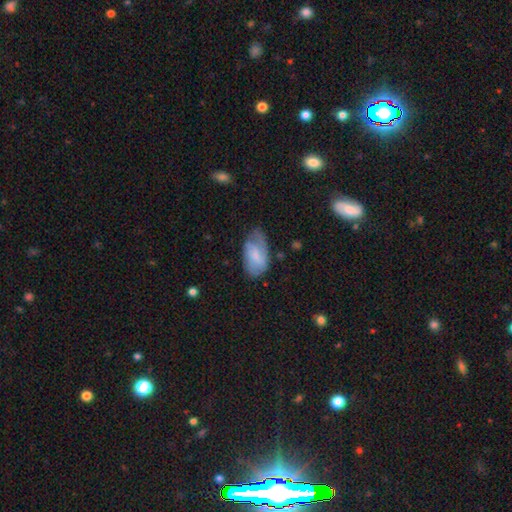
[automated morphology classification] Smooth or featured? Predicted: smooth (p=0.51). How rounded? Predicted: in between (p=0.93). Merging? Predicted: none (p=0.51).